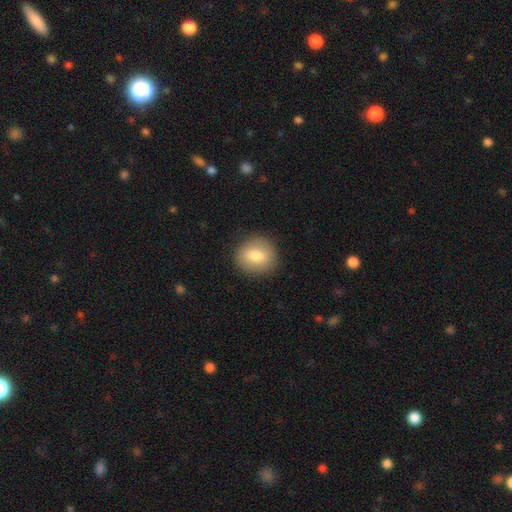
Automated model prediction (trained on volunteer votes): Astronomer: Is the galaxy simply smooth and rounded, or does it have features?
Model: smooth — 77%.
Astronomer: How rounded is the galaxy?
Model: round — 80%.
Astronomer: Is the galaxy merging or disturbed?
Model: none — 89%.